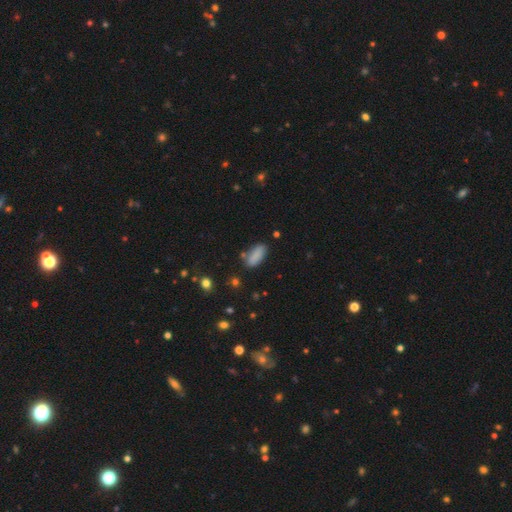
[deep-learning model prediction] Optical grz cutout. It shows a smooth galaxy with no disk features (87%) that is in between round and cigar-shaped (81%). Merging: none (76%).